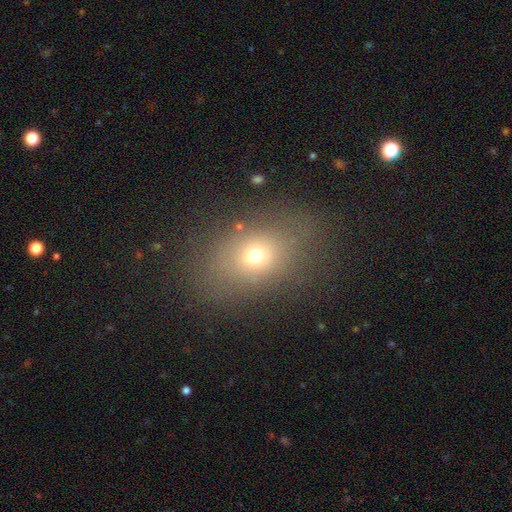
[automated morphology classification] Smooth or featured? Predicted: smooth (p=0.67). How rounded? Predicted: in between (p=0.66). Merging? Predicted: none (p=0.76).